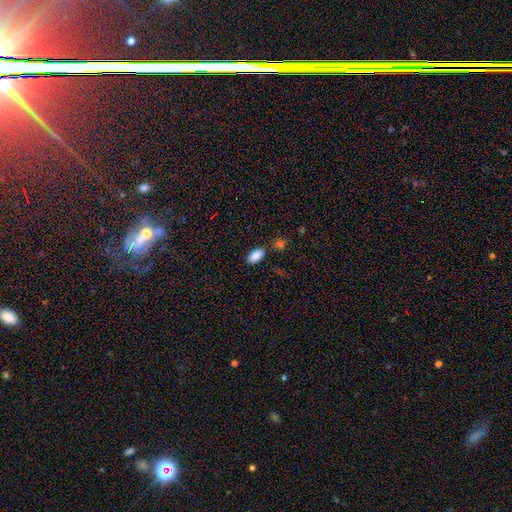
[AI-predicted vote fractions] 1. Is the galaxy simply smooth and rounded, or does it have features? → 87% smooth, 8% star or artifact, 5% featured or disk.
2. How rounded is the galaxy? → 93% in between, 5% cigar-shaped, 3% round.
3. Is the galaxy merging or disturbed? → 82% none, 11% minor disturbance, 5% merger, 3% major disturbance.